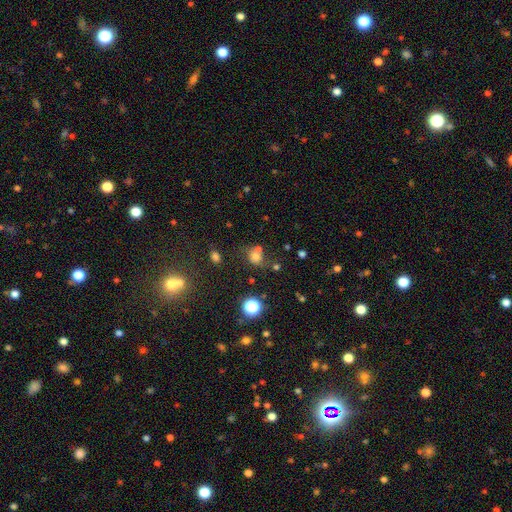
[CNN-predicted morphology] The model was most divided on "merging": none: 52%, merger: 25%, minor disturbance: 15%, major disturbance: 8%. More confident: how rounded — round (73%); smooth or featured — smooth (65%).